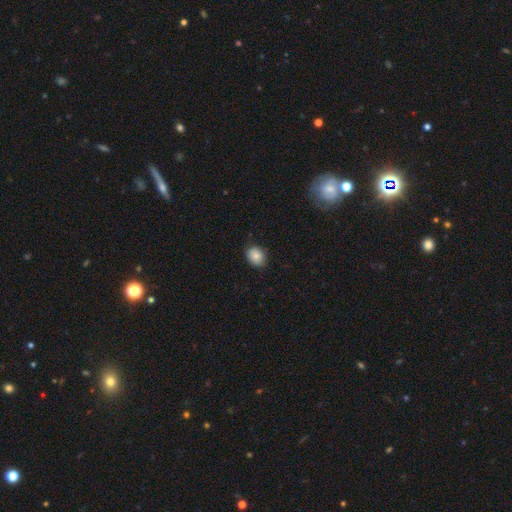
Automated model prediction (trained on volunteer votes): smooth_or_featured: smooth (p=0.84) [alt: star or artifact p=0.09]
how_rounded: round (p=0.50) [alt: in between p=0.49]
merging: none (p=0.81) [alt: minor disturbance p=0.15]